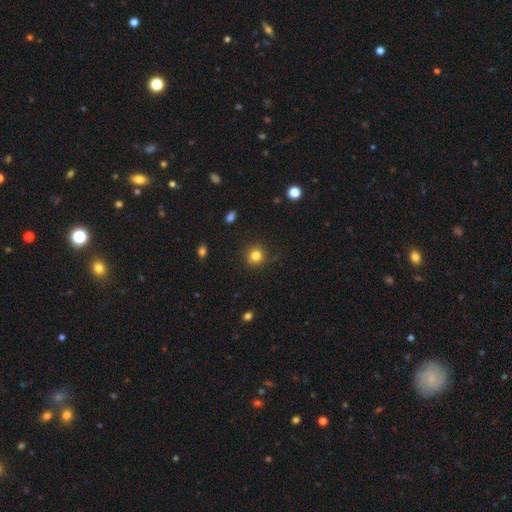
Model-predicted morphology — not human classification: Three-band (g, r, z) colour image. It shows a smooth galaxy with no disk features (81%) that is round (91%). Merging: none (85%).